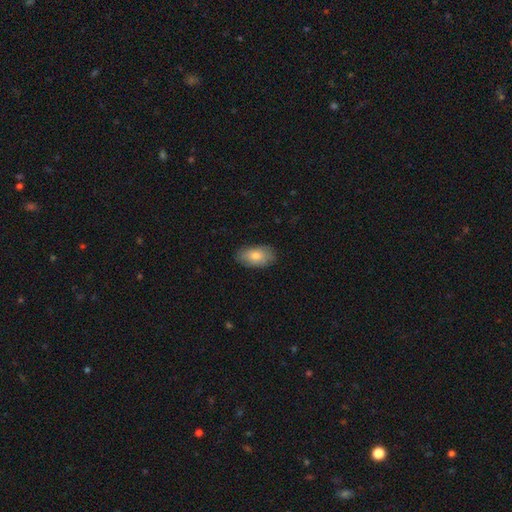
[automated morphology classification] The model was most divided on "smooth or featured": smooth: 78%, featured or disk: 15%, star or artifact: 7%. More confident: how rounded — in between (93%); merging — none (84%).